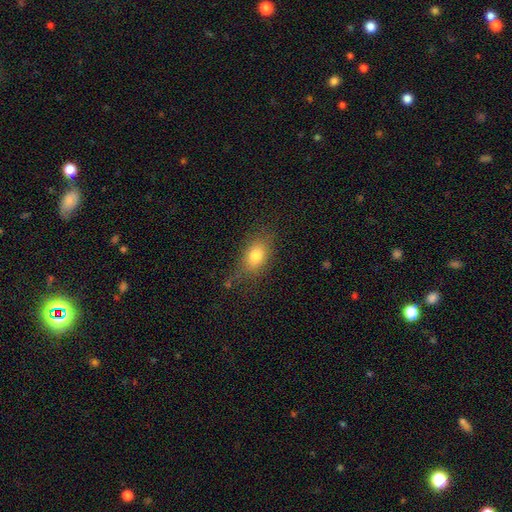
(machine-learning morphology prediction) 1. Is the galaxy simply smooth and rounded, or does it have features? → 78% smooth, 12% featured or disk, 11% star or artifact.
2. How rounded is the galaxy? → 75% in between, 22% round, 4% cigar-shaped.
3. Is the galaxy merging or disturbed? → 70% none, 20% minor disturbance, 7% major disturbance, 2% merger.